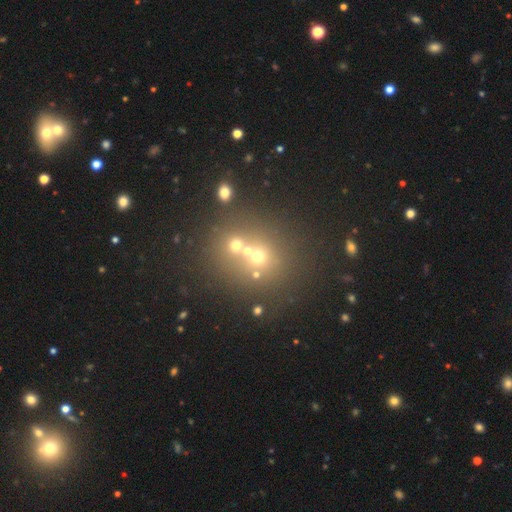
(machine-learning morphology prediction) type=smooth (52%); roundness=round (82%); merging=none (53%).